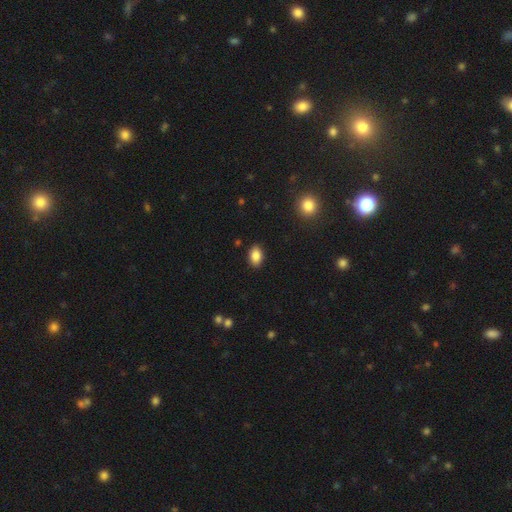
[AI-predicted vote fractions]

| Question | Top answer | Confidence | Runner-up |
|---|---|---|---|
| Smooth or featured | smooth | 86% | star or artifact (9%) |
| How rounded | in between | 85% | round (14%) |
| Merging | none | 89% | minor disturbance (8%) |